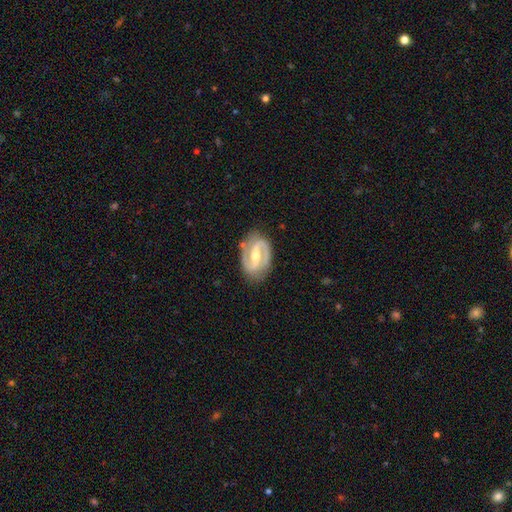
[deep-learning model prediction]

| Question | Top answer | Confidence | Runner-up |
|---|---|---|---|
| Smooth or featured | featured or disk | 90% | smooth (6%) |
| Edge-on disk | no | 97% | yes (3%) |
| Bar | strong | 51% | weak (35%) |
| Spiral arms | yes | 96% | no (4%) |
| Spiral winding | medium | 54% | tight (30%) |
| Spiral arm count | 2 | 93% | can't tell (2%) |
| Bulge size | moderate | 61% | small (34%) |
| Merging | none | 82% | minor disturbance (13%) |